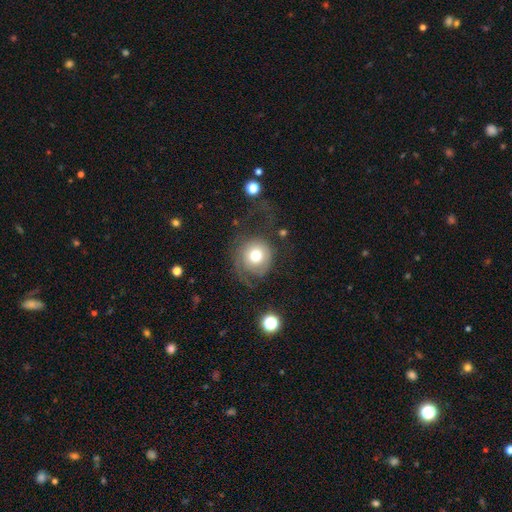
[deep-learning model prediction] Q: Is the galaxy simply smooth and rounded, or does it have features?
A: smooth — 57%.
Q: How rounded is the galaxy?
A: round — 88%.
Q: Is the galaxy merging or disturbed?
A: none — 43%.